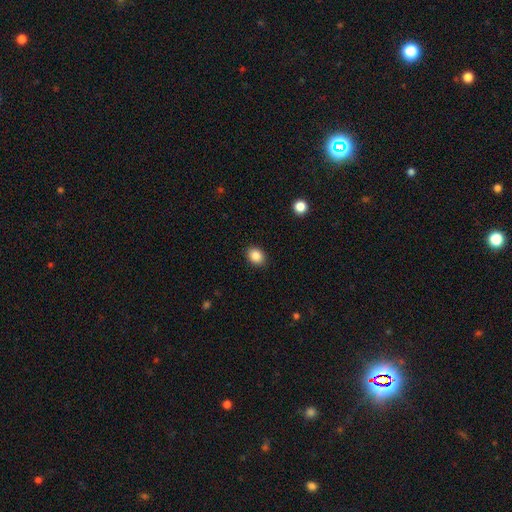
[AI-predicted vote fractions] smooth-or-featured: smooth: 86% | star or artifact: 9% | featured or disk: 4%
  how-rounded: in between: 56% | round: 44% | cigar-shaped: 1%
  merging: none: 90% | minor disturbance: 7% | major disturbance: 2% | merger: 1%